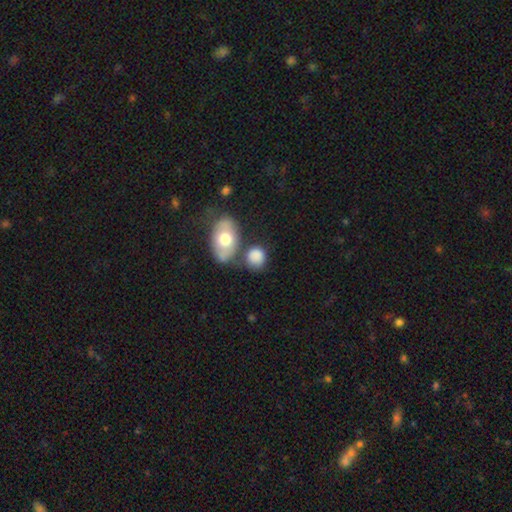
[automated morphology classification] A smooth galaxy with no disk features (81%) that is round (60%). Merging: none (57%).